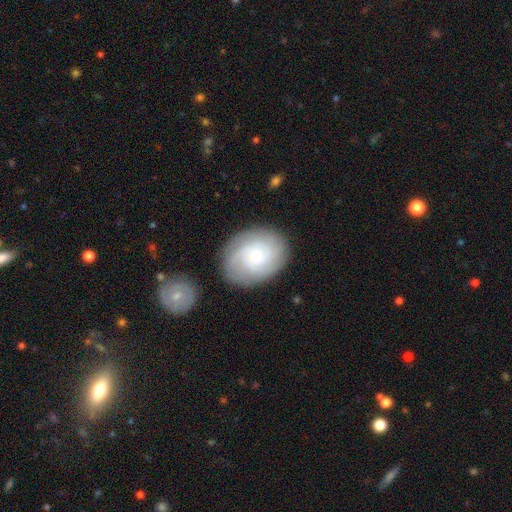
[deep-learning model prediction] Smooth or featured: featured or disk — 63% (smooth — 30%)
Edge-on disk: no — 97% (yes — 3%)
Bar: no — 80% (weak — 17%)
Spiral arms: yes — 91% (no — 9%)
Spiral winding: tight — 67% (medium — 25%)
Spiral arm count: can't tell — 39% (3 — 20%)
Bulge size: small — 76% (moderate — 19%)
Merging: none — 79% (minor disturbance — 13%)